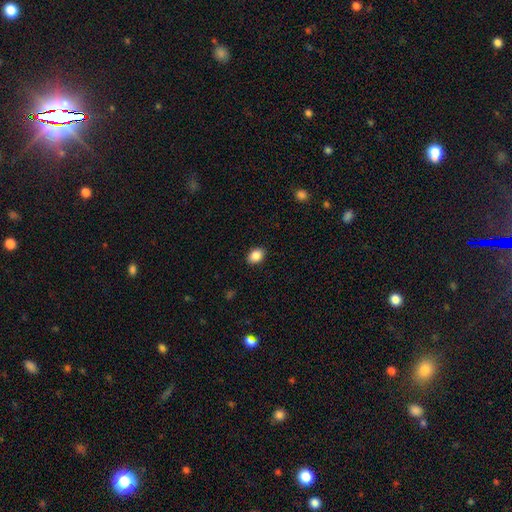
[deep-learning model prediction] Smooth or featured? smooth (88%)
How rounded? in between (75%)
Merging? none (88%)